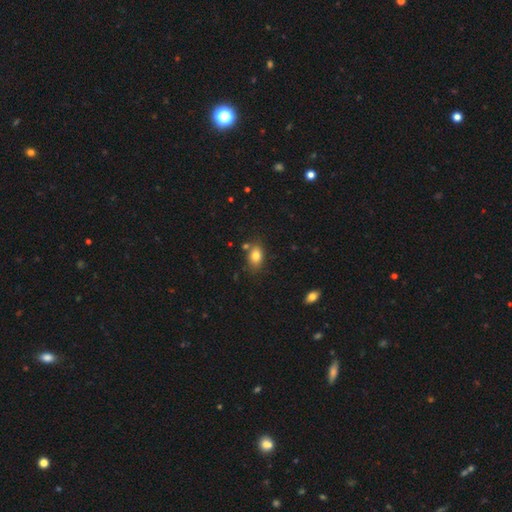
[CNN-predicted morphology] smooth_or_featured: smooth (p=0.81) [alt: star or artifact p=0.10]
how_rounded: in between (p=0.81) [alt: round p=0.17]
merging: none (p=0.76) [alt: minor disturbance p=0.14]